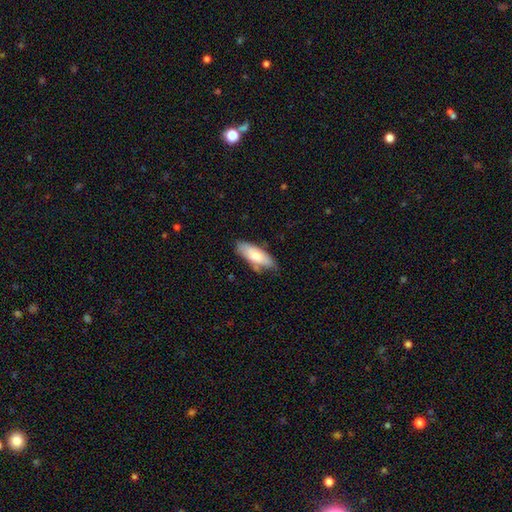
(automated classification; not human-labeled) Smooth or featured?
  - smooth: 70% *
  - featured or disk: 25%
  - star or artifact: 6%
How rounded?
  - in between: 72% *
  - cigar-shaped: 26%
  - round: 2%
Merging?
  - none: 71% *
  - minor disturbance: 21%
  - merger: 4%
  - major disturbance: 4%